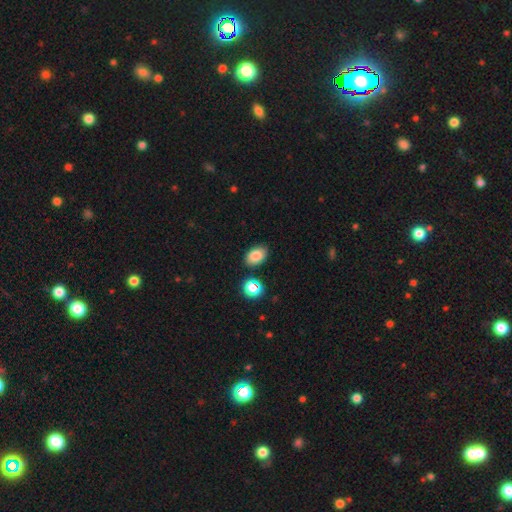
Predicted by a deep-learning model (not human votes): This is clearly a smooth galaxy (84%). How rounded: clearly in between (84%). Merging: clearly none (83%).